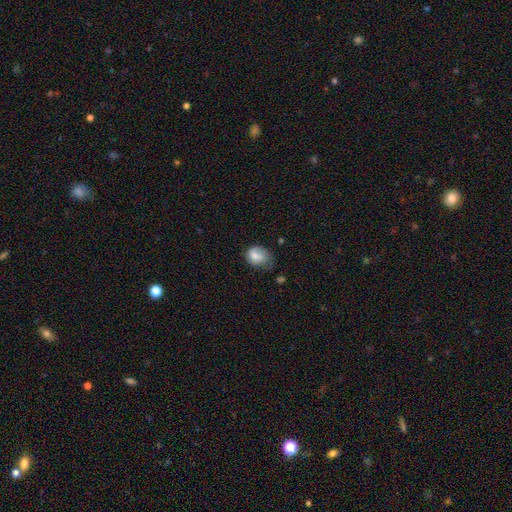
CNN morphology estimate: type=smooth (74%); roundness=in between (58%); merging=minor disturbance (39%).